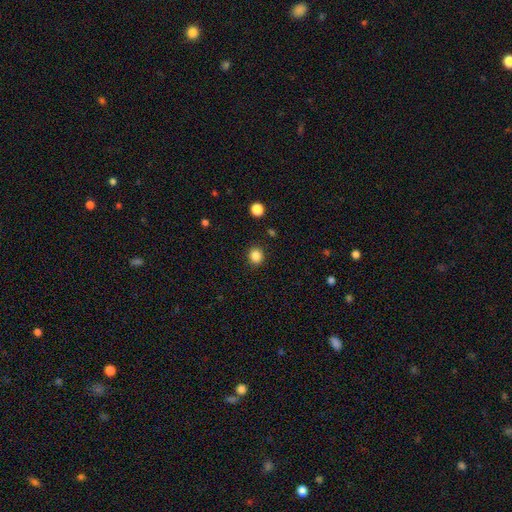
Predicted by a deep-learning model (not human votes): smooth 86%, star or artifact 11%, featured or disk 3%. Down the decision tree: how rounded — round (82%); merging — none (90%).